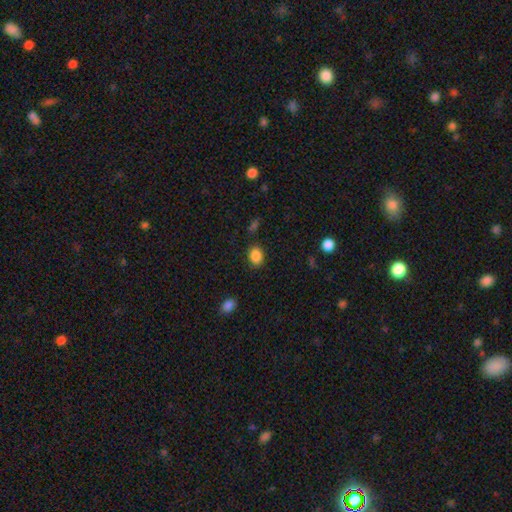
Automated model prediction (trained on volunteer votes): Smooth or featured? Predicted: smooth (p=0.87). How rounded? Predicted: in between (p=0.67). Merging? Predicted: none (p=0.84).